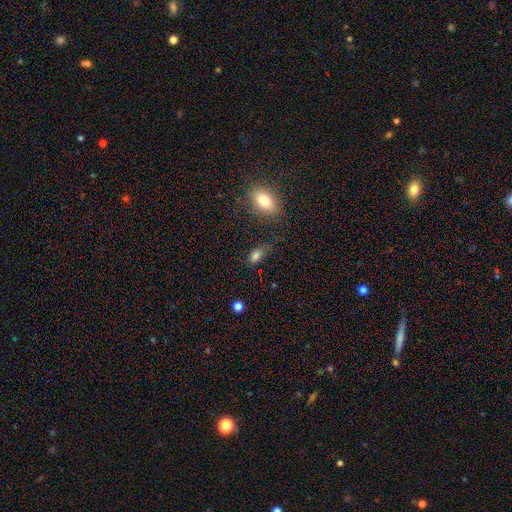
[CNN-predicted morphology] smooth-or-featured: smooth: 81% | star or artifact: 12% | featured or disk: 8%
  how-rounded: in between: 84% | round: 10% | cigar-shaped: 6%
  merging: none: 59% | minor disturbance: 26% | major disturbance: 11% | merger: 4%